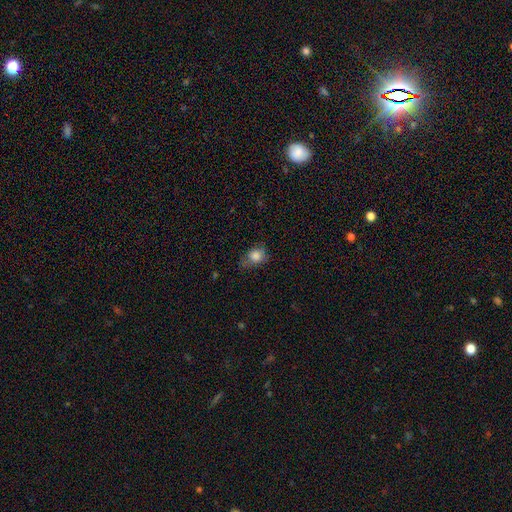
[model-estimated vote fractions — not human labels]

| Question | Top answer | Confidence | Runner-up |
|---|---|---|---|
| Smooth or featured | smooth | 82% | star or artifact (9%) |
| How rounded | round | 51% | in between (47%) |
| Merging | none | 54% | minor disturbance (33%) |